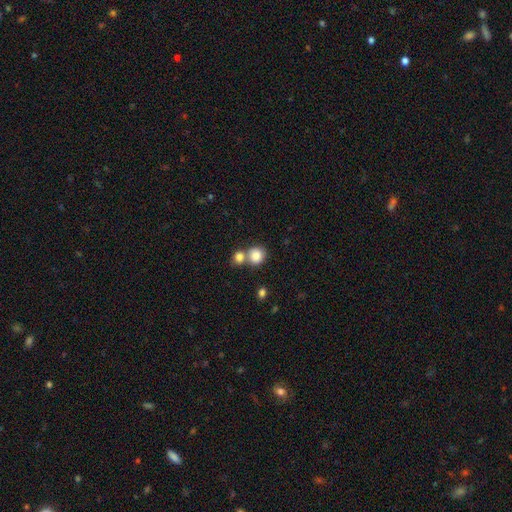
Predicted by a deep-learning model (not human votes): This appears to be a smooth galaxy with no disk features (85%) that is round (83%). Merging: none (49%).